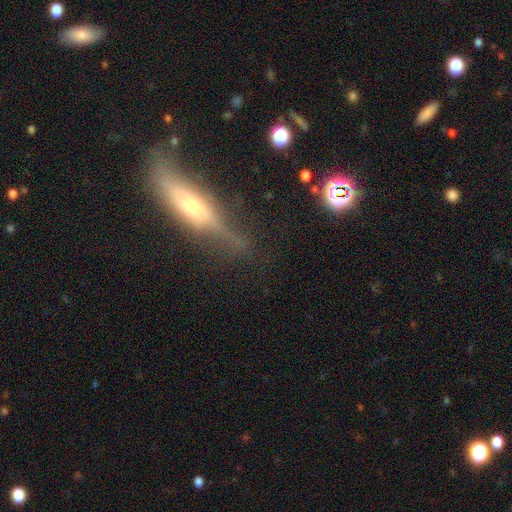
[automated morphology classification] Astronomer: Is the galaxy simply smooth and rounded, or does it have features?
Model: featured or disk — 58%.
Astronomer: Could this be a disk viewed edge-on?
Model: yes — 84%.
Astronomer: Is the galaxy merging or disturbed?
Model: none — 54%.